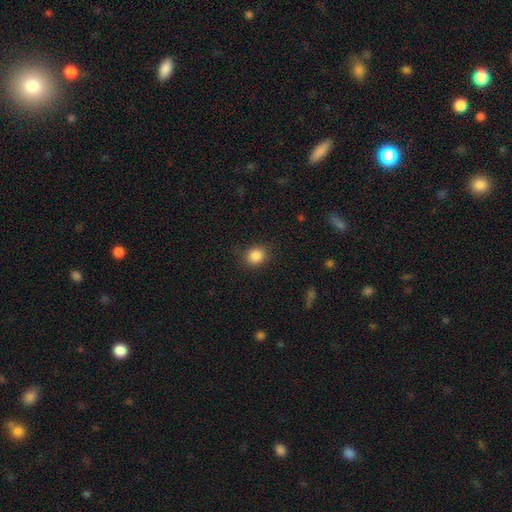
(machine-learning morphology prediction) smooth_or_featured: smooth (p=0.86) [alt: star or artifact p=0.10]
how_rounded: round (p=0.74) [alt: in between p=0.25]
merging: none (p=0.85) [alt: minor disturbance p=0.10]